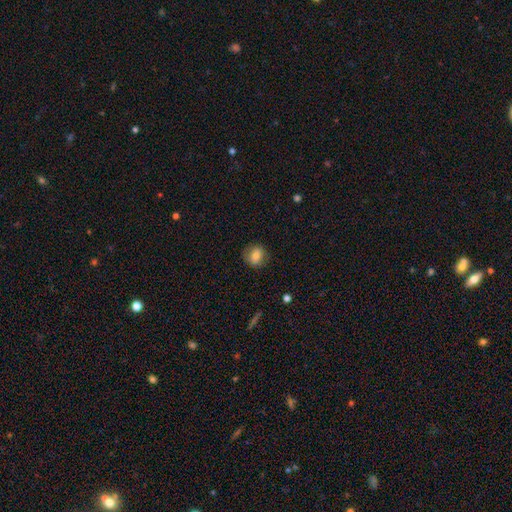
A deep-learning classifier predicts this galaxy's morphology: Smooth or featured? smooth (76%)
How rounded? round (77%)
Merging? none (83%)